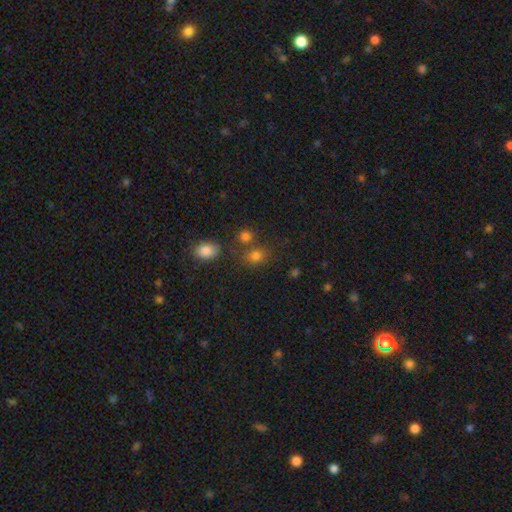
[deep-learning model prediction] The model was most divided on "how rounded": round: 61%, in between: 38%, cigar-shaped: 1%. More confident: smooth or featured — smooth (76%); merging — none (60%).